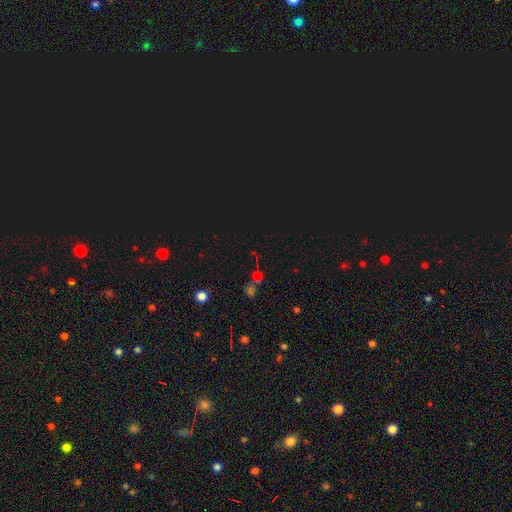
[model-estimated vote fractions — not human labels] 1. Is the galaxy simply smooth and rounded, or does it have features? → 59% star or artifact, 30% smooth, 11% featured or disk.